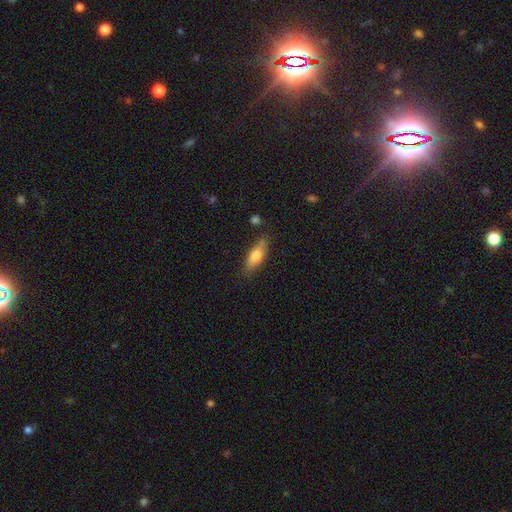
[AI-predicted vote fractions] Q: Smooth or featured?
A: smooth (72%); runner-up: featured or disk (21%)
Q: How rounded?
A: in between (58%); runner-up: cigar-shaped (39%)
Q: Merging?
A: none (75%); runner-up: minor disturbance (17%)